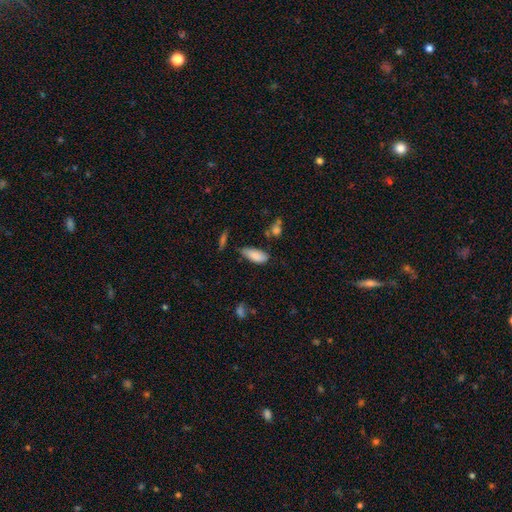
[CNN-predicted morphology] type=smooth (85%); roundness=in between (82%); merging=none (57%).